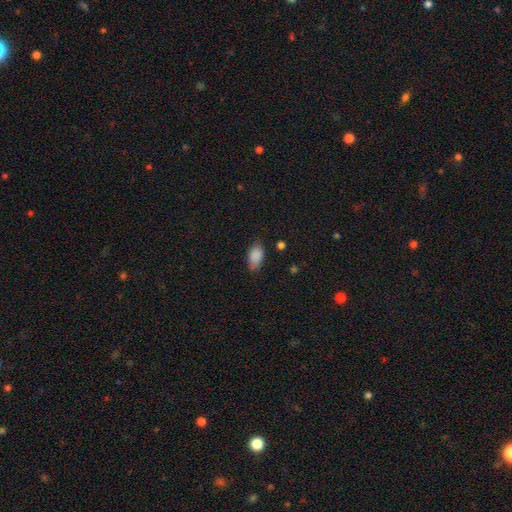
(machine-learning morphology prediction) smooth_or_featured: smooth (p=0.88) [alt: star or artifact p=0.08]
how_rounded: in between (p=0.92) [alt: round p=0.05]
merging: none (p=0.72) [alt: minor disturbance p=0.22]